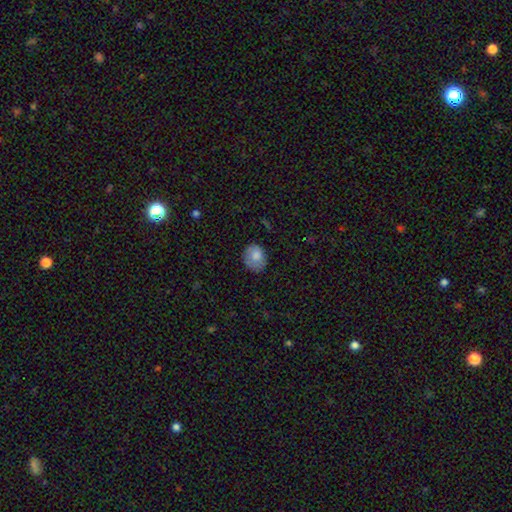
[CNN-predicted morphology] Overall: smooth (79%). How rounded: in between (59%; round 40%). Merging: none (66%).